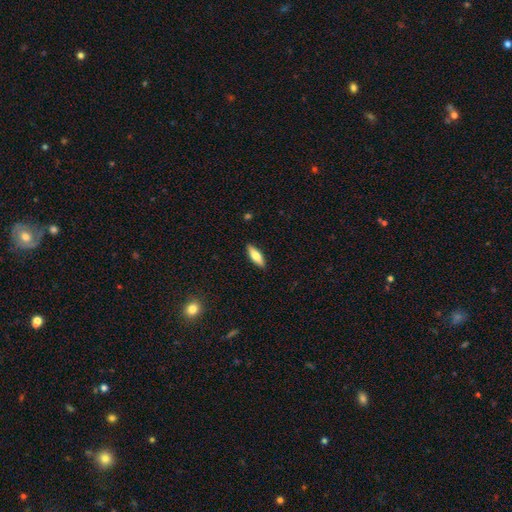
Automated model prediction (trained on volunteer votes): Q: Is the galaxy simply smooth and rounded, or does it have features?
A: smooth — 68%.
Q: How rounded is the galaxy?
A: in between — 54%.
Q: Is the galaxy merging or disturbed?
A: none — 90%.